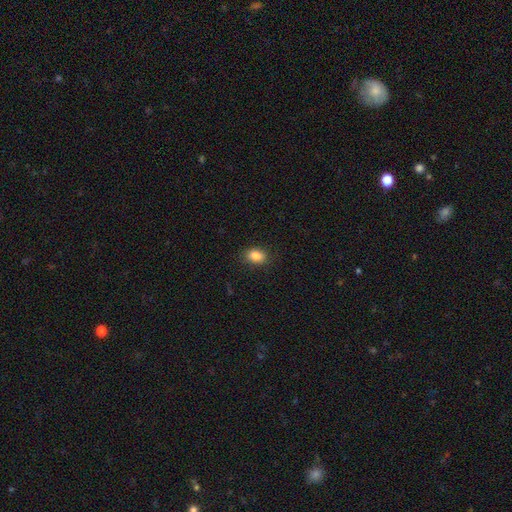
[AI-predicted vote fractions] Morphology: type=smooth (85%); roundness=in between (76%); merging=none (87%).